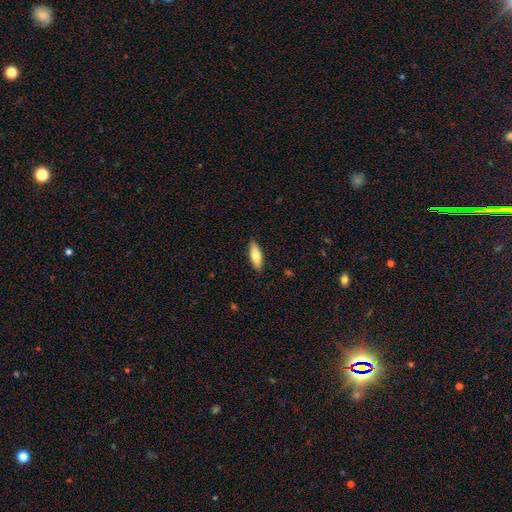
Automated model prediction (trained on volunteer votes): Q: Smooth or featured?
A: smooth (73%); runner-up: featured or disk (21%)
Q: How rounded?
A: in between (57%); runner-up: cigar-shaped (41%)
Q: Merging?
A: none (89%); runner-up: minor disturbance (9%)